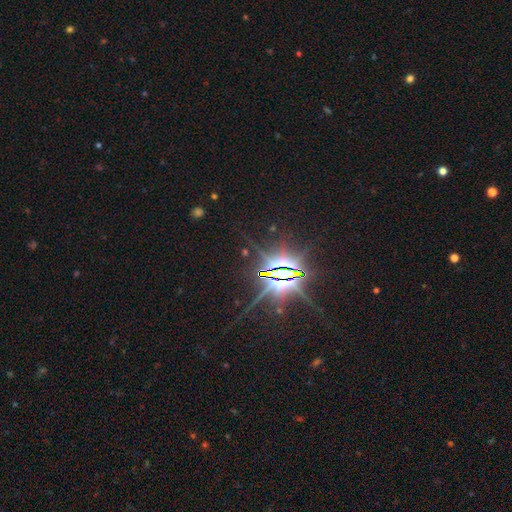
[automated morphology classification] smooth-or-featured: star or artifact: 88% | featured or disk: 7% | smooth: 5%